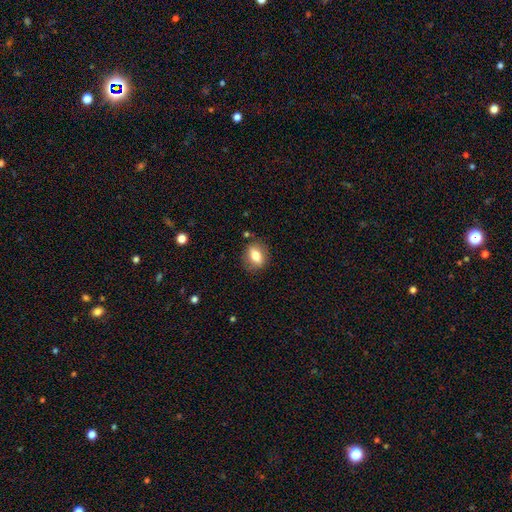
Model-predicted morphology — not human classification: This is likely a smooth galaxy (77%). How rounded: likely in between (68%). Merging: clearly none (83%).